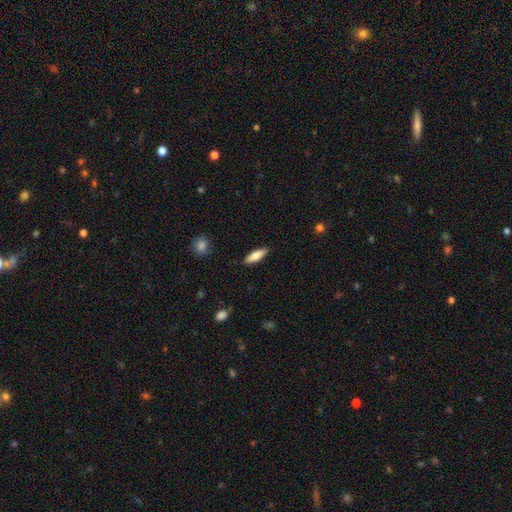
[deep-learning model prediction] smooth 75%, featured or disk 19%, star or artifact 6%. Down the decision tree: how rounded — cigar-shaped (50%); merging — none (88%).